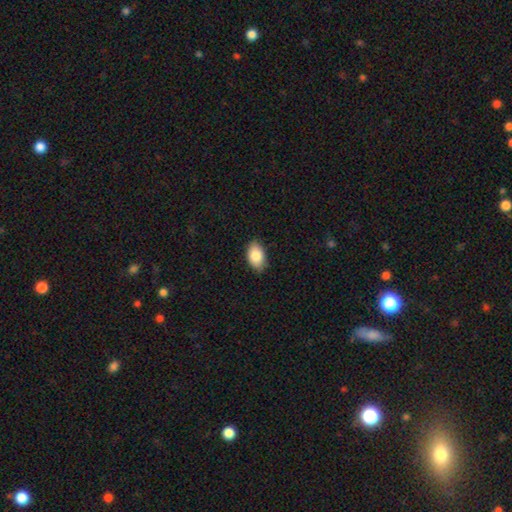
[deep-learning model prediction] Morphology: type=smooth (84%); roundness=in between (93%); merging=none (86%).